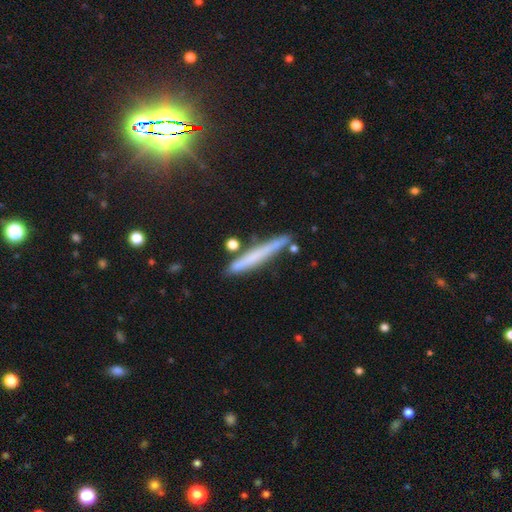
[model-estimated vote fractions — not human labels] smooth_or_featured: smooth (p=0.57) [alt: featured or disk p=0.33]
how_rounded: cigar-shaped (p=0.96) [alt: in between p=0.03]
merging: none (p=0.80) [alt: minor disturbance p=0.13]